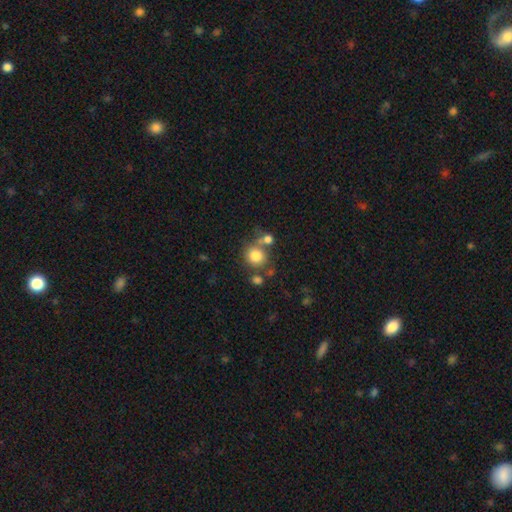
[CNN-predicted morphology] This appears to be a smooth galaxy with no disk features (79%) that is round (85%). Merging: none (57%).